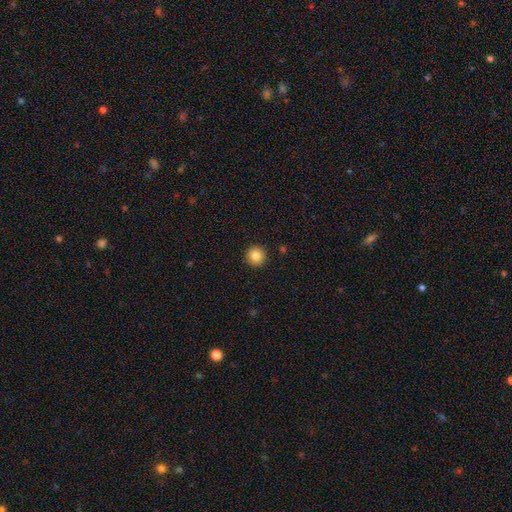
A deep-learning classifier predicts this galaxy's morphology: smooth 84%, star or artifact 10%, featured or disk 6%. Down the decision tree: how rounded — round (95%); merging — none (93%).